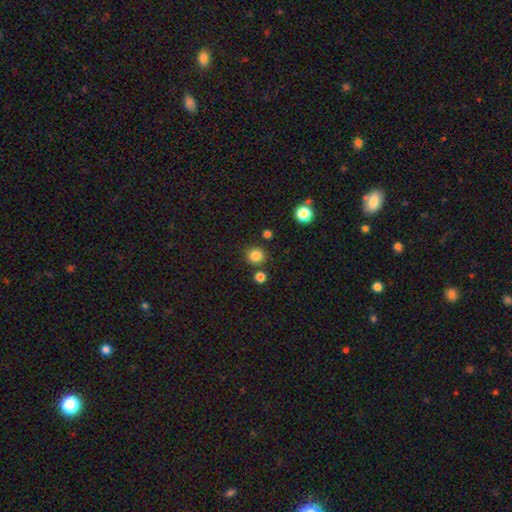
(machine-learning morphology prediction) smooth 84%, star or artifact 12%, featured or disk 4%. Down the decision tree: how rounded — round (93%); merging — none (85%).